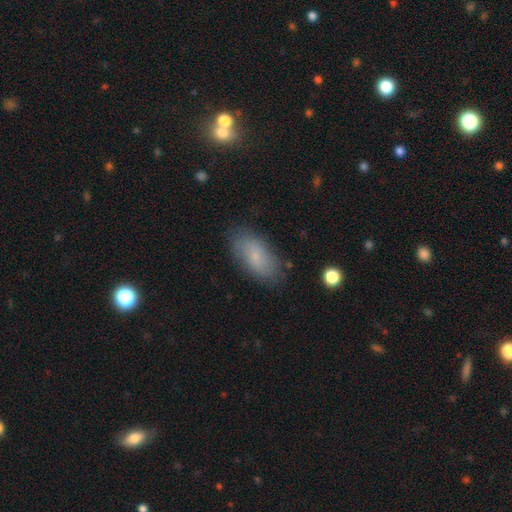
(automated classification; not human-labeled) Morphology: type=smooth (72%); roundness=in between (90%); merging=none (81%).